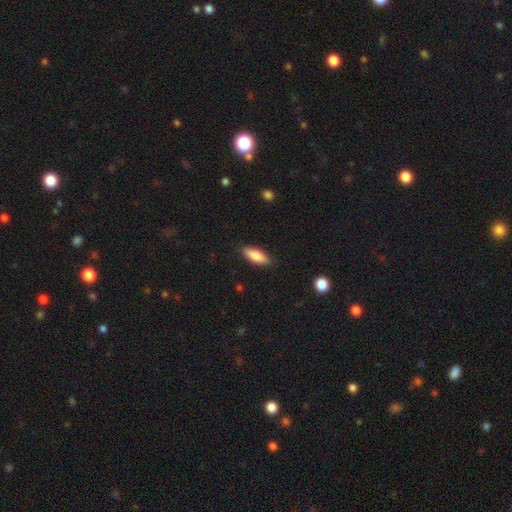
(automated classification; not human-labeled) Smooth or featured: smooth — 83% (featured or disk — 11%)
How rounded: in between — 69% (cigar-shaped — 29%)
Merging: none — 87% (minor disturbance — 10%)